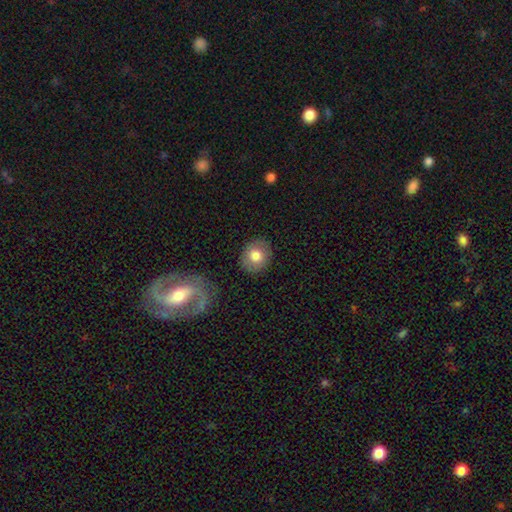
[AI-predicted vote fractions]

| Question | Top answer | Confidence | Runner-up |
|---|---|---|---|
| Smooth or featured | smooth | 76% | featured or disk (16%) |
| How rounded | round | 72% | in between (27%) |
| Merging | none | 86% | minor disturbance (9%) |